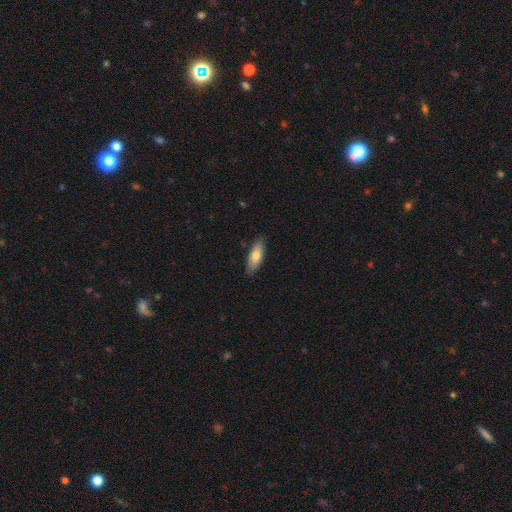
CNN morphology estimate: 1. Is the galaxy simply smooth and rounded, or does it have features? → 77% smooth, 17% featured or disk, 6% star or artifact.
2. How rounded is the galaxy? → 62% in between, 36% cigar-shaped, 2% round.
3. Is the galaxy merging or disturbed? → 86% none, 11% minor disturbance, 2% major disturbance, 1% merger.